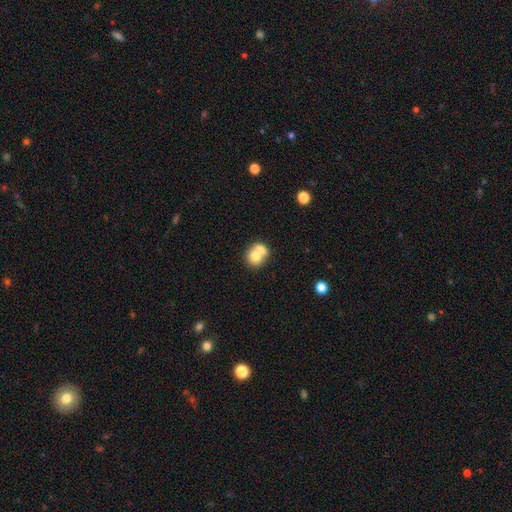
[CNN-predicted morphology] Smooth or featured? smooth (71%)
How rounded? round (73%)
Merging? merger (62%)